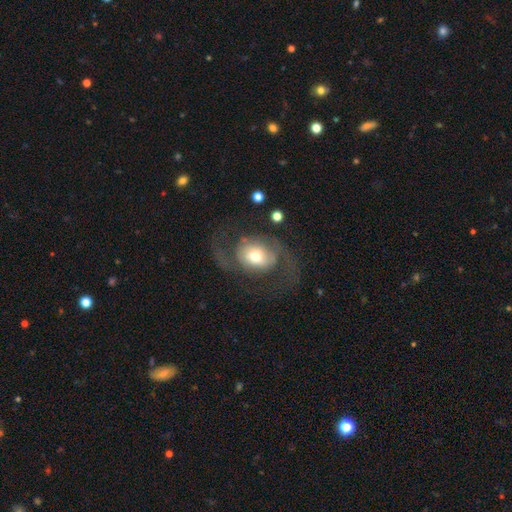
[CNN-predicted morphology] A featured or disk galaxy (61%) with no bar (70%), spiral arms (70%) and a moderate central bulge (57%).

Vote fractions:
- Smooth or featured? featured or disk: 61% / smooth: 32% / star or artifact: 7%
- Edge-on disk? no: 95% / yes: 5%
- Bar? no: 70% / weak: 21% / strong: 8%
- Spiral arms? yes: 70% / no: 30%
- Bulge size? moderate: 57% / small: 23% / large: 15% / dominant: 4% / none: 1%
- Merging? none: 47% / major disturbance: 35% / minor disturbance: 16% / merger: 3%